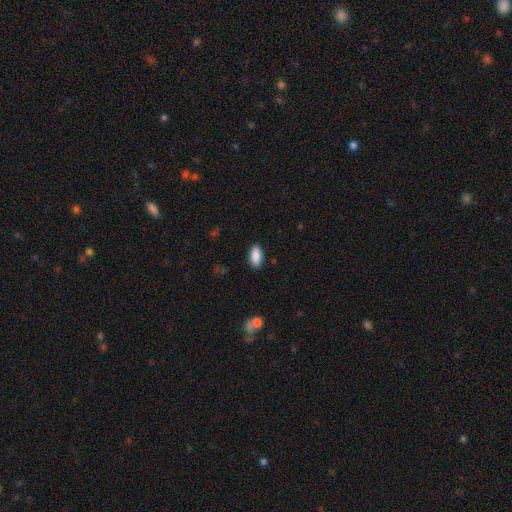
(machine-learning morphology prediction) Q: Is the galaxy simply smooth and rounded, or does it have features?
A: smooth — 89%.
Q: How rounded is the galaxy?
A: in between — 88%.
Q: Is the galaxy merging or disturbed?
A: none — 88%.